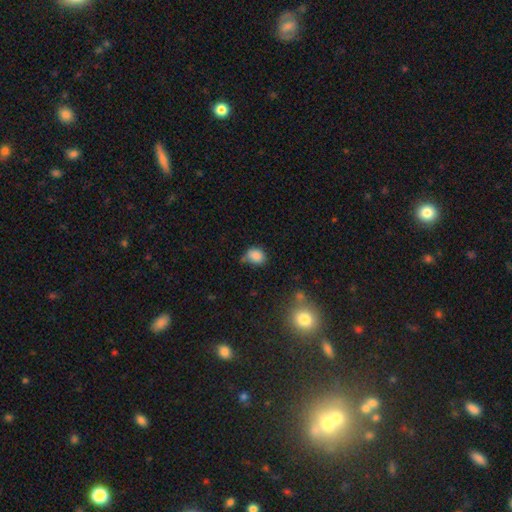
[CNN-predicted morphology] Q: Smooth or featured?
A: smooth (84%); runner-up: star or artifact (11%)
Q: How rounded?
A: in between (53%); runner-up: round (46%)
Q: Merging?
A: none (57%); runner-up: minor disturbance (29%)